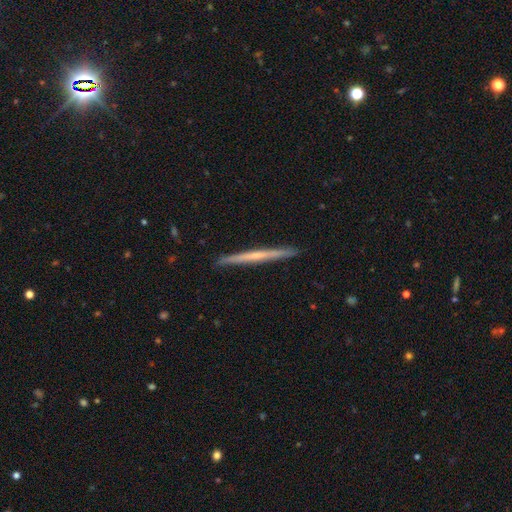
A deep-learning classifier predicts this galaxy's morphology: A featured or disk galaxy (61%) viewed edge-on (98%) with no central bulge (66%).

Vote fractions:
- Smooth or featured? featured or disk: 61% / smooth: 34% / star or artifact: 5%
- Edge-on disk? yes: 98% / no: 2%
- Edge-on bulge? none: 66% / rounded: 29% / boxy: 5%
- Merging? none: 92% / minor disturbance: 6% / major disturbance: 1% / merger: 1%